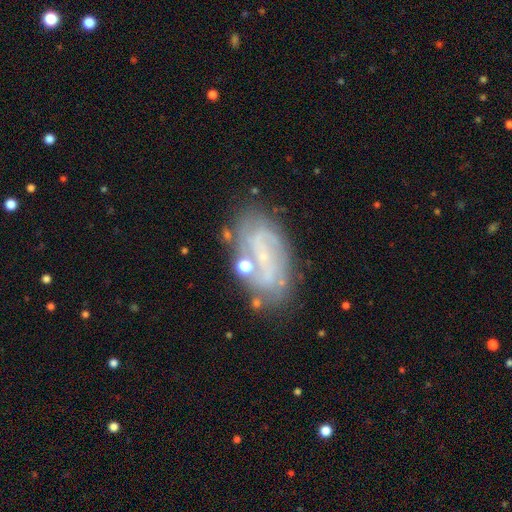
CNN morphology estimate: Smooth or featured? Predicted: featured or disk (p=0.66). Edge-on disk? Predicted: no (p=0.93). Bar? Predicted: weak (p=0.42). Spiral arms? Predicted: yes (p=0.72). Bulge size? Predicted: small (p=0.59). Merging? Predicted: none (p=0.70).